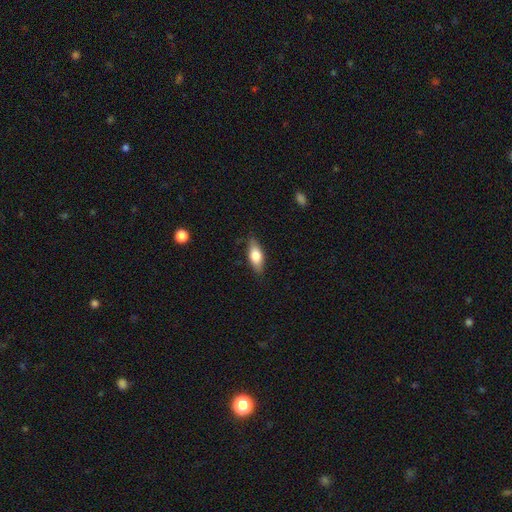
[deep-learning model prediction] Morphology: type=smooth (72%); roundness=in between (75%); merging=none (83%).